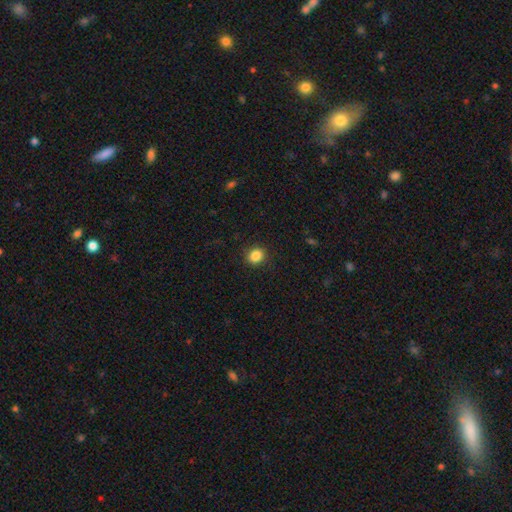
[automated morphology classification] A smooth galaxy with no disk features (86%) that is round (66%).

Vote fractions:
- Smooth or featured? smooth: 86% / star or artifact: 10% / featured or disk: 4%
- How rounded? round: 66% / in between: 33% / cigar-shaped: 1%
- Merging? none: 88% / minor disturbance: 8% / major disturbance: 3% / merger: 1%